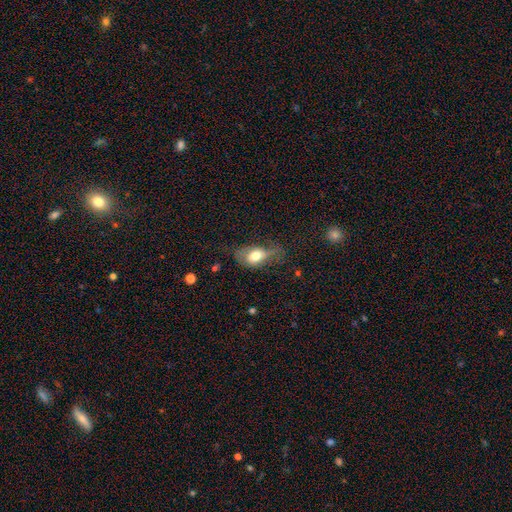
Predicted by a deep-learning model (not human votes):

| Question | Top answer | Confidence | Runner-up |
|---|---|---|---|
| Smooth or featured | smooth | 64% | featured or disk (27%) |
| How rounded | in between | 83% | round (12%) |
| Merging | major disturbance | 34% | minor disturbance (32%) |